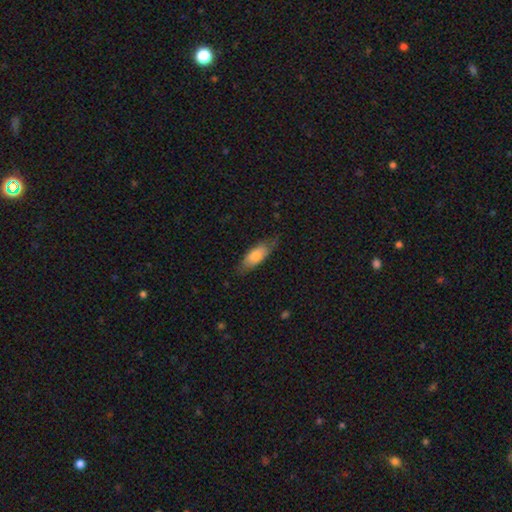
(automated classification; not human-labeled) A smooth galaxy with no disk features (72%) that is in between round and cigar-shaped (75%).

Vote fractions:
- Smooth or featured? smooth: 72% / featured or disk: 22% / star or artifact: 6%
- How rounded? in between: 75% / cigar-shaped: 22% / round: 2%
- Merging? none: 68% / minor disturbance: 25% / major disturbance: 6% / merger: 1%